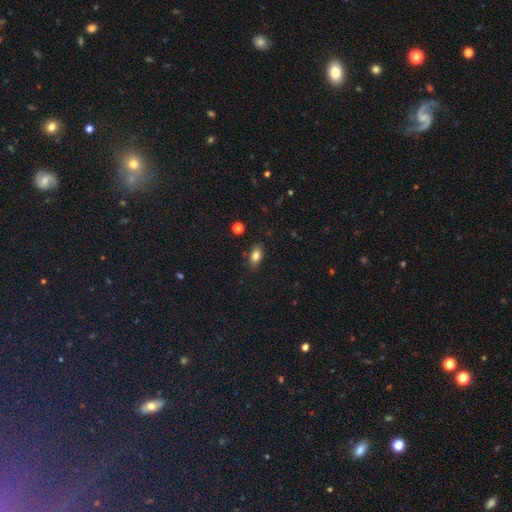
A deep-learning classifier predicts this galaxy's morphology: smooth 83%, star or artifact 10%, featured or disk 8%. Down the decision tree: how rounded — in between (86%); merging — none (83%).